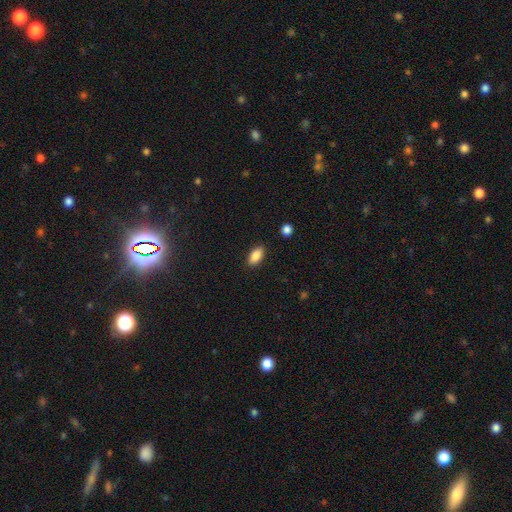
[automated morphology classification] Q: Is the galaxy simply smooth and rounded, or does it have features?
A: smooth — 87%.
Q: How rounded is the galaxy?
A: in between — 91%.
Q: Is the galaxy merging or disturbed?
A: none — 87%.